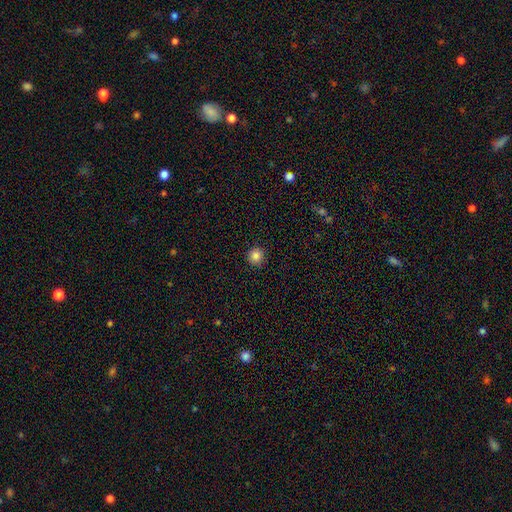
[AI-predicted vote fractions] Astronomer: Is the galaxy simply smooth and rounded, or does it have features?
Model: smooth — 85%.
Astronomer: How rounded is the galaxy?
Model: round — 94%.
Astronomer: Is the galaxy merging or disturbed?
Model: none — 92%.